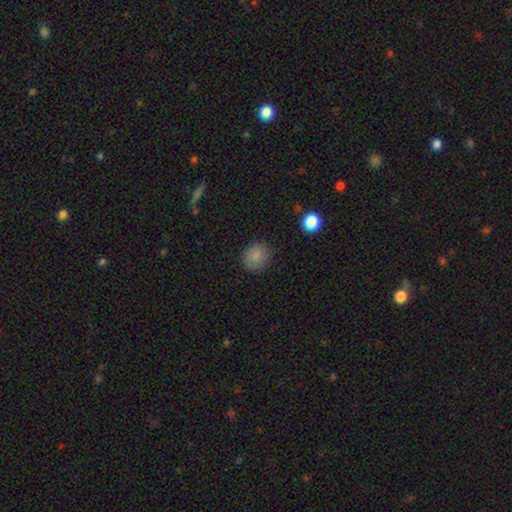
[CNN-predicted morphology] A smooth galaxy with no disk features (84%) that is round (79%). Merging: none (83%).